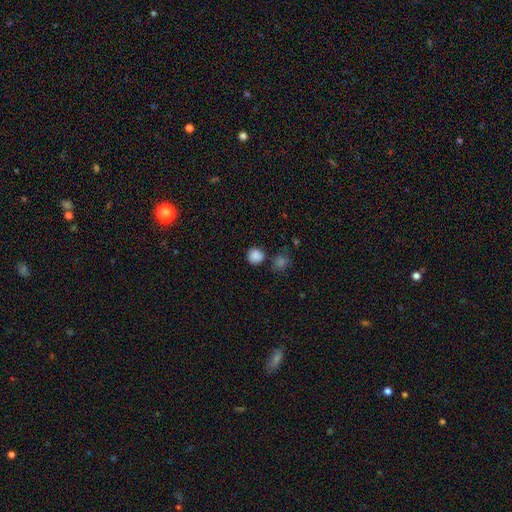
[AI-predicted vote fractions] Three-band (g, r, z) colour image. It shows a smooth galaxy with no disk features (85%) that is round (91%). Merging: none (76%).